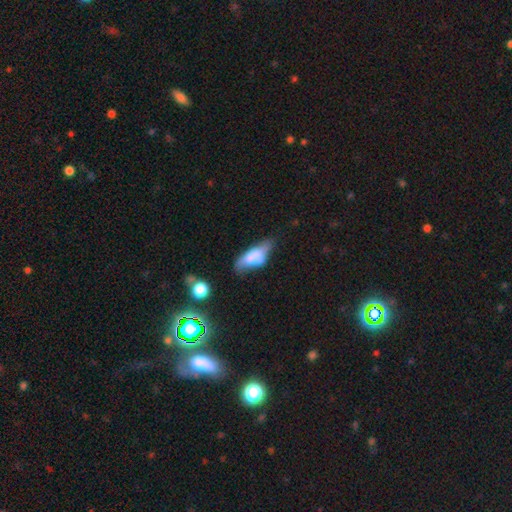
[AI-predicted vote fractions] The model was most divided on "merging": none: 34%, minor disturbance: 30%, major disturbance: 18%, merger: 18%. More confident: how rounded — in between (67%); smooth or featured — smooth (62%).